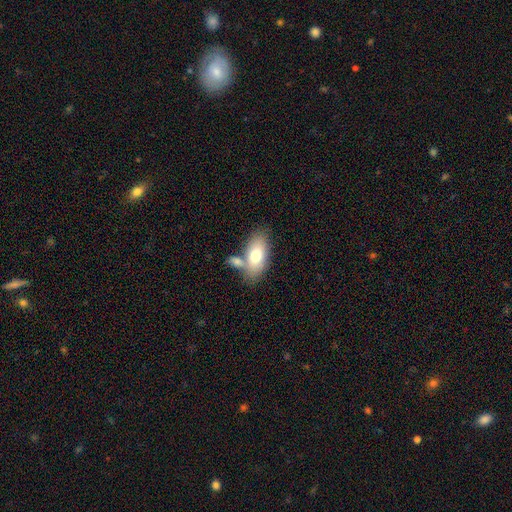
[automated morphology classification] Q: Smooth or featured?
A: smooth (73%); runner-up: featured or disk (21%)
Q: How rounded?
A: in between (92%); runner-up: cigar-shaped (4%)
Q: Merging?
A: none (54%); runner-up: merger (28%)